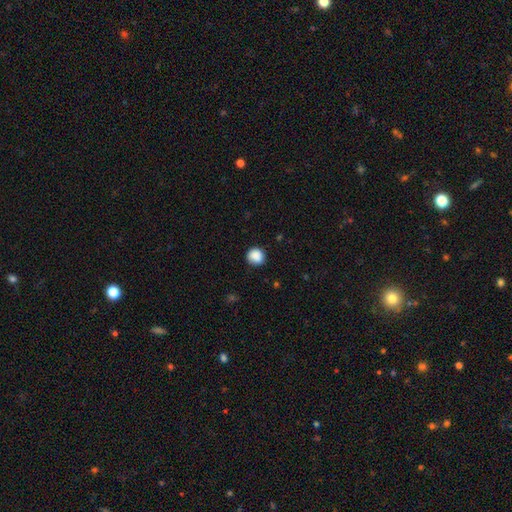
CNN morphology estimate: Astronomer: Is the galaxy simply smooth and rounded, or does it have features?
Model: smooth — 88%.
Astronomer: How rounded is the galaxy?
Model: round — 88%.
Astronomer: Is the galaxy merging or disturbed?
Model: none — 84%.